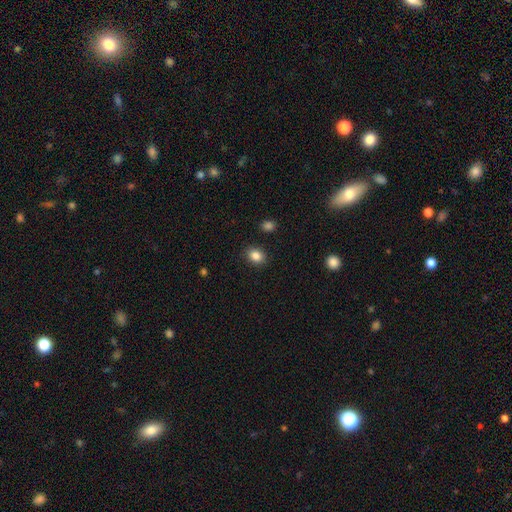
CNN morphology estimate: Smooth or featured: smooth — 86% (star or artifact — 10%)
How rounded: in between — 57% (round — 42%)
Merging: none — 88% (minor disturbance — 8%)